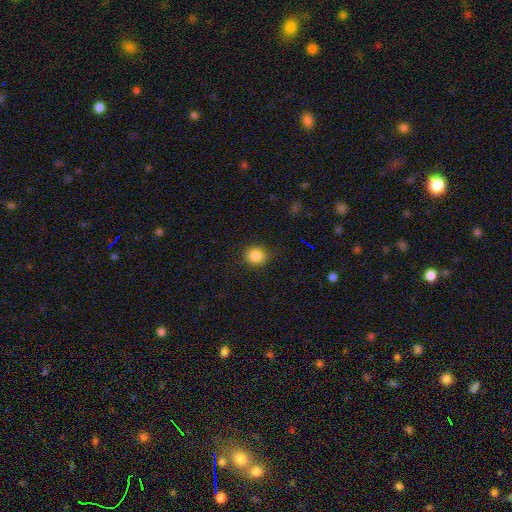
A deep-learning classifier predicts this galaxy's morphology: smooth_or_featured: smooth (p=0.85) [alt: star or artifact p=0.11]
how_rounded: round (p=0.82) [alt: in between p=0.17]
merging: none (p=0.86) [alt: minor disturbance p=0.10]